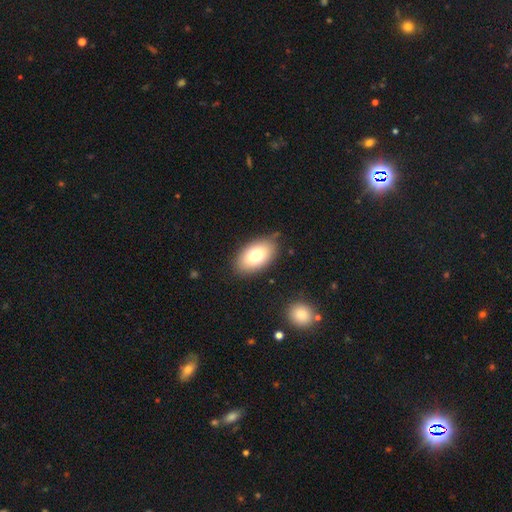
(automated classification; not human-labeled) Smooth or featured? smooth (78%)
How rounded? in between (94%)
Merging? none (83%)